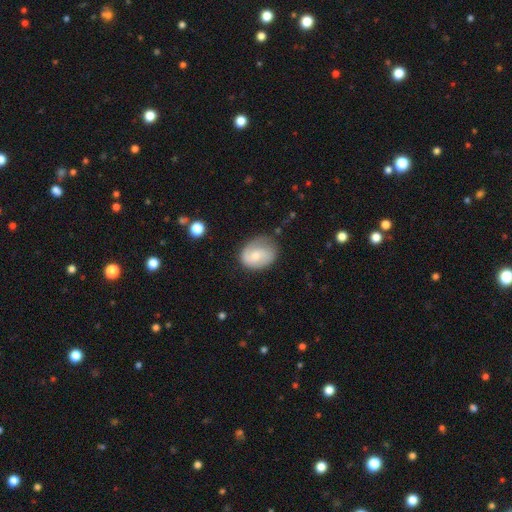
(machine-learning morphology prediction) Smooth or featured? Predicted: smooth (p=0.49). Merging? Predicted: none (p=0.55).